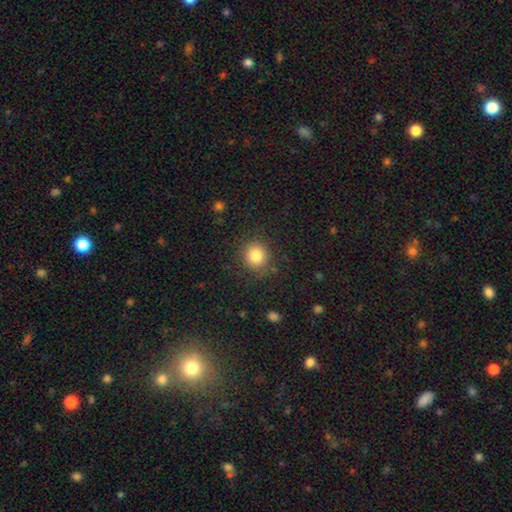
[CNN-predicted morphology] smooth-or-featured: smooth: 83% | star or artifact: 11% | featured or disk: 6%
  how-rounded: round: 84% | in between: 15% | cigar-shaped: 1%
  merging: none: 85% | minor disturbance: 10% | major disturbance: 4% | merger: 1%